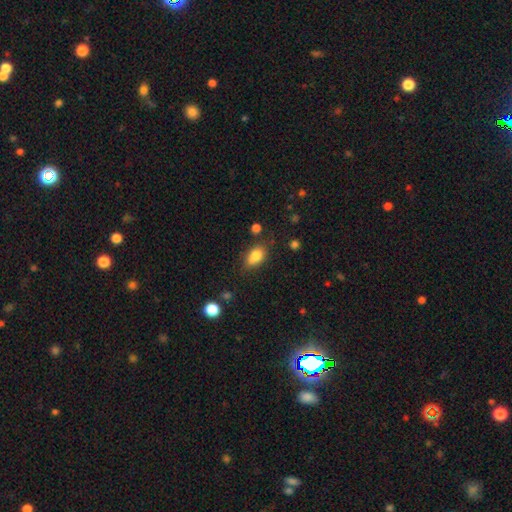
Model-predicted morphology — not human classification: Smooth or featured: smooth — 81% (star or artifact — 10%)
How rounded: in between — 78% (round — 19%)
Merging: none — 66% (minor disturbance — 22%)